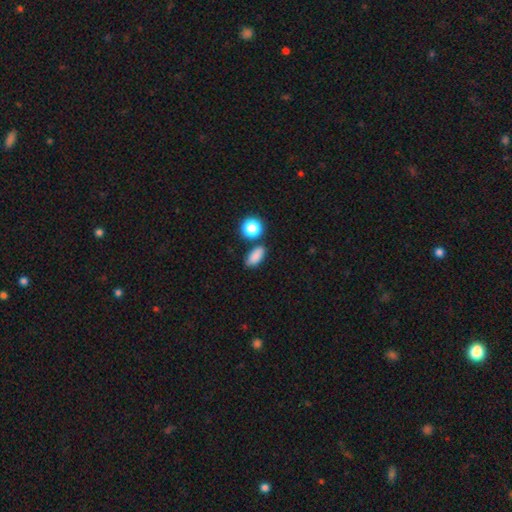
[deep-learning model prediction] Overall: smooth (85%). How rounded: in between (81%). Merging: none (74%).